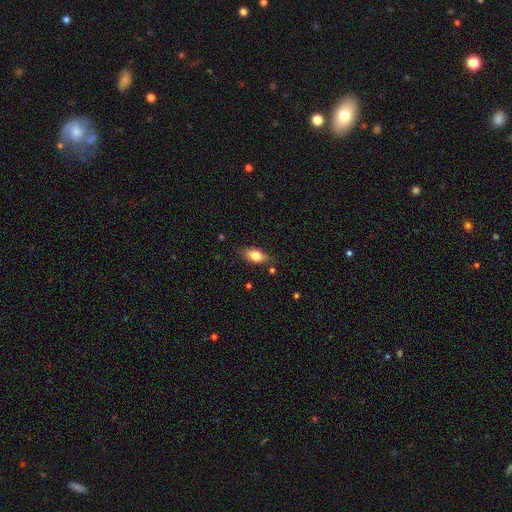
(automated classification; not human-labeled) Smooth or featured?
  - smooth: 76% *
  - featured or disk: 16%
  - star or artifact: 8%
How rounded?
  - in between: 85% *
  - round: 8%
  - cigar-shaped: 7%
Merging?
  - none: 79% *
  - minor disturbance: 16%
  - major disturbance: 3%
  - merger: 2%